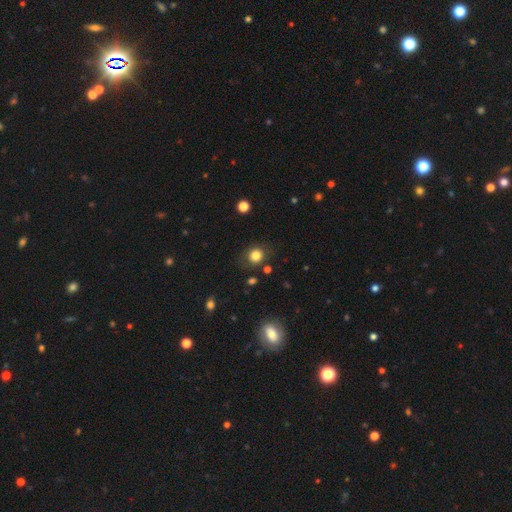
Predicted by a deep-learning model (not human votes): Morphology: type=smooth (82%); roundness=round (80%); merging=none (80%).